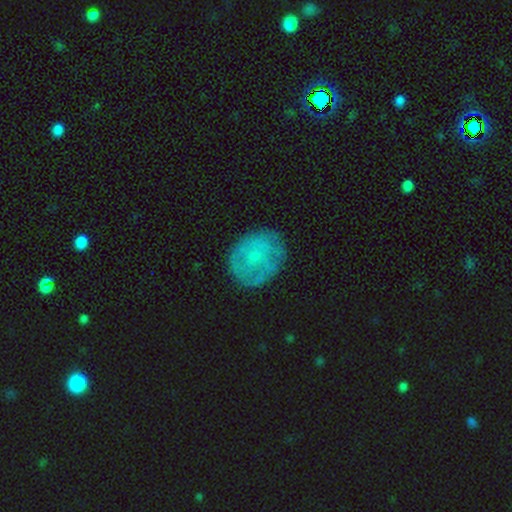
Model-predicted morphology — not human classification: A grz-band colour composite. It shows a smooth galaxy with no disk features (49%). Merging: none (72%).